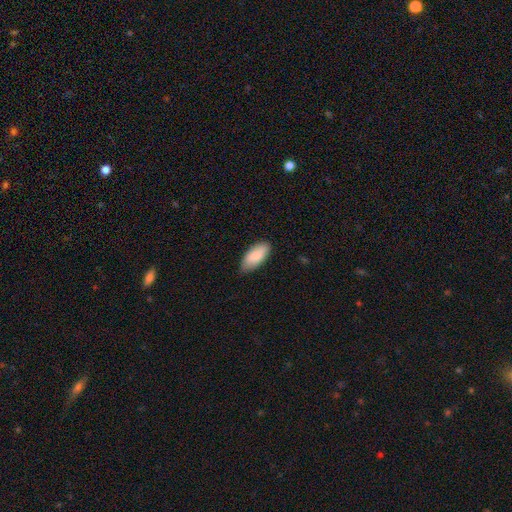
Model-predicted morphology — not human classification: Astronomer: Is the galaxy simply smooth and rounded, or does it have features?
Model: smooth — 87%.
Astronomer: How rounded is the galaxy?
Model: in between — 89%.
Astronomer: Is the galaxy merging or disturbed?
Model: none — 80%.